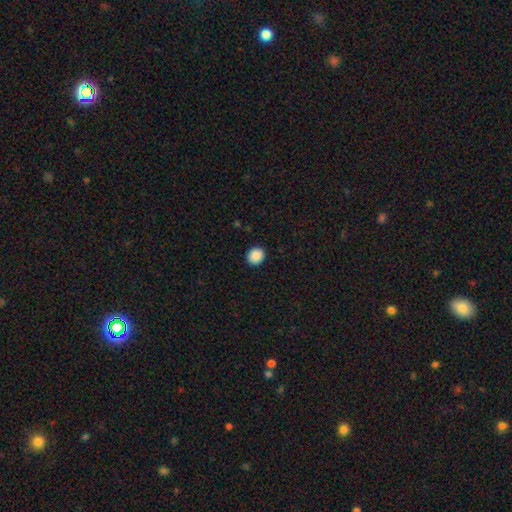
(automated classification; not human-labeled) The model was most divided on "how rounded": round: 82%, in between: 17%, cigar-shaped: 1%. More confident: merging — none (92%); smooth or featured — smooth (89%).